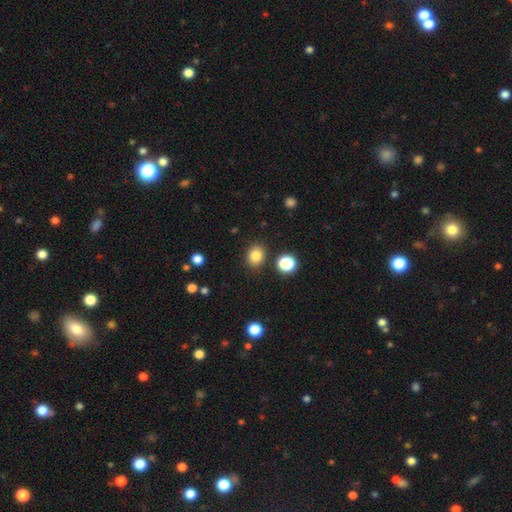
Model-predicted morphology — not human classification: Q: Smooth or featured?
A: smooth (82%); runner-up: star or artifact (12%)
Q: How rounded?
A: round (59%); runner-up: in between (40%)
Q: Merging?
A: none (85%); runner-up: minor disturbance (9%)